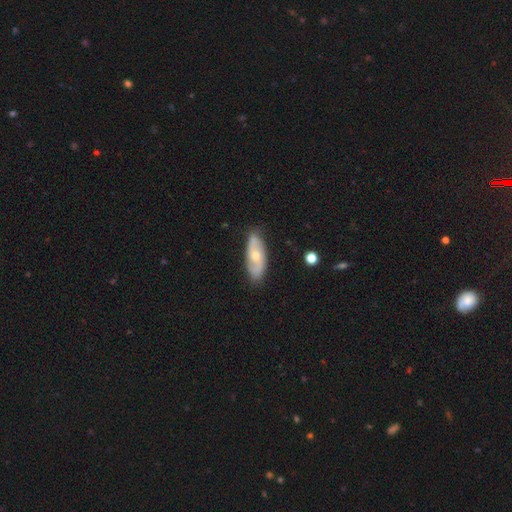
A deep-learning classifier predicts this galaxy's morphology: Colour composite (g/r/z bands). It shows a featured or disk galaxy (60%) with no bar (71%), spiral arms (75%) and a moderate central bulge (57%). Merging: none (81%).